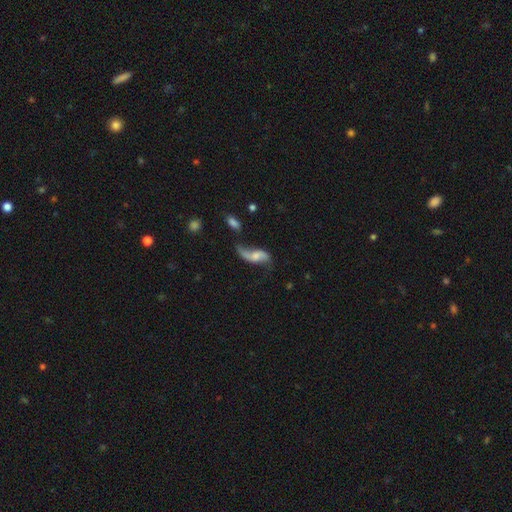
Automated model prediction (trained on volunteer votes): Overall: featured or disk (73%). Edge-on disk: no (93%). Bar: no (55%; weak 35%). Spiral arms: yes (90%). Spiral arm count: 2 (87%). Spiral winding: loose (88%). Bulge size: small (34%; moderate 33%). Merging: none (45%; minor disturbance 23%).